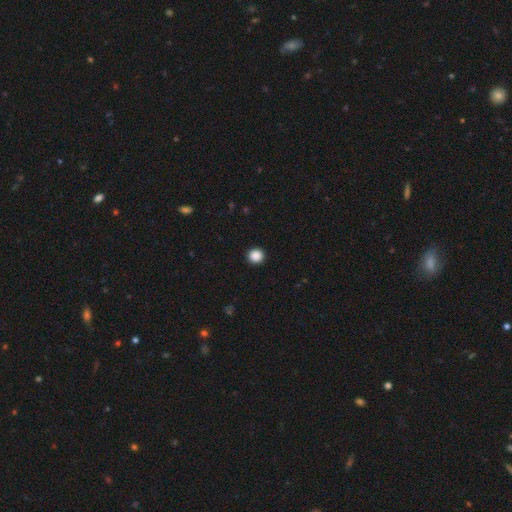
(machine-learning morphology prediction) Q: Smooth or featured?
A: smooth (88%); runner-up: star or artifact (10%)
Q: How rounded?
A: round (94%); runner-up: in between (5%)
Q: Merging?
A: none (93%); runner-up: minor disturbance (4%)